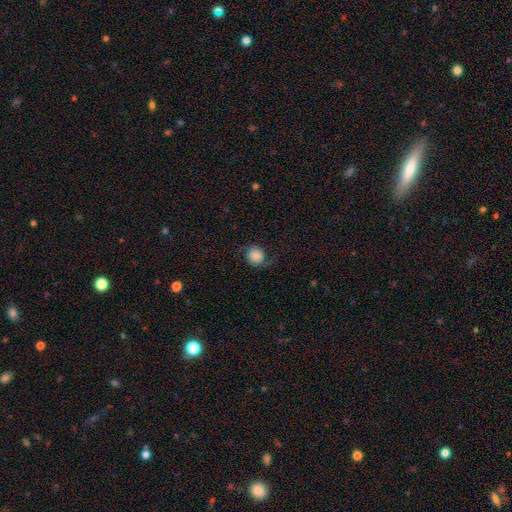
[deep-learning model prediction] A smooth galaxy with no disk features (74%) that is round (86%). Merging: none (69%).